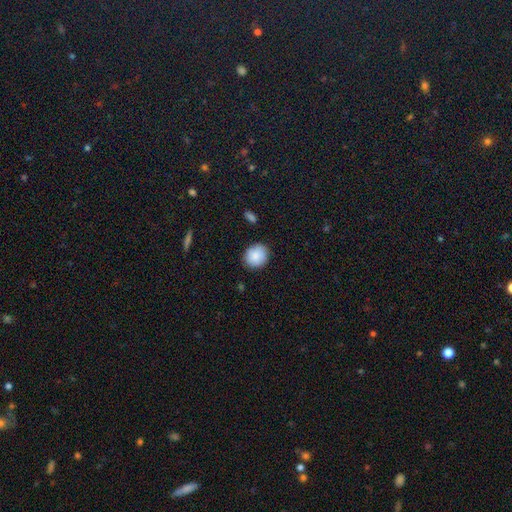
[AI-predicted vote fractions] Q: Smooth or featured?
A: smooth (88%); runner-up: star or artifact (7%)
Q: How rounded?
A: round (76%); runner-up: in between (23%)
Q: Merging?
A: none (86%); runner-up: minor disturbance (10%)